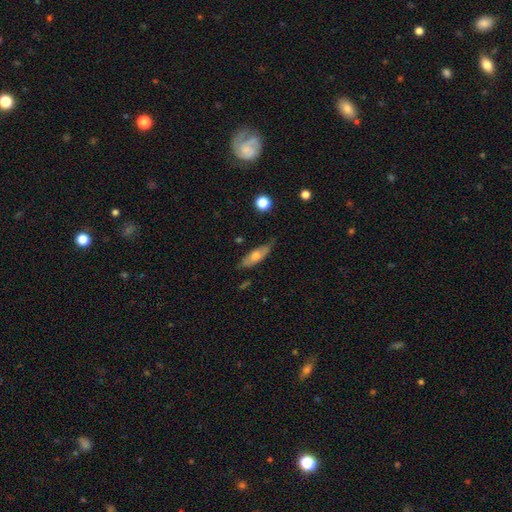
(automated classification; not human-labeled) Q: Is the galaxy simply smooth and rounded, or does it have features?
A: smooth — 59%.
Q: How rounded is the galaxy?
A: in between — 52%.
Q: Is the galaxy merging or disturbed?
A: none — 66%.